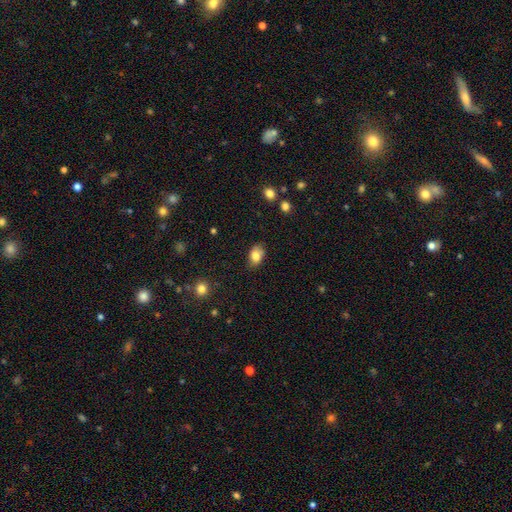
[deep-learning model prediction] This appears to be a smooth galaxy with no disk features (83%) that is in between round and cigar-shaped (80%). Merging: none (75%).